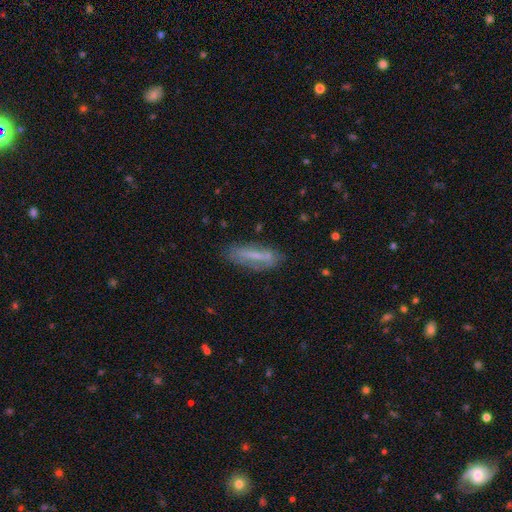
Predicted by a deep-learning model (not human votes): Smooth or featured? Predicted: smooth (p=0.51). How rounded? Predicted: cigar-shaped (p=0.64). Merging? Predicted: none (p=0.72).